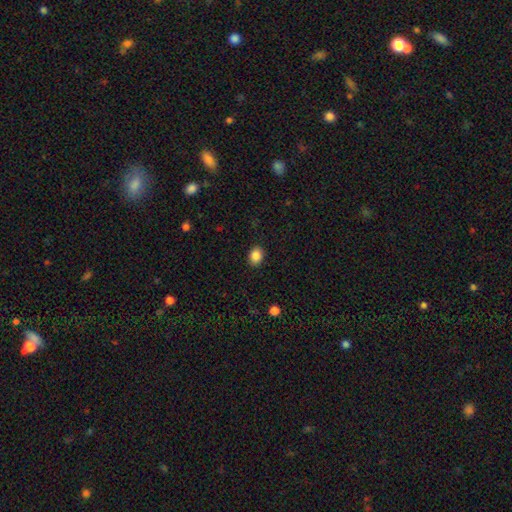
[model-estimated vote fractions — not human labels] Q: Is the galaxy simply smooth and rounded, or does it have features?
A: smooth — 87%.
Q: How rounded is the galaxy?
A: in between — 54%.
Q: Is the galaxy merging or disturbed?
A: none — 89%.